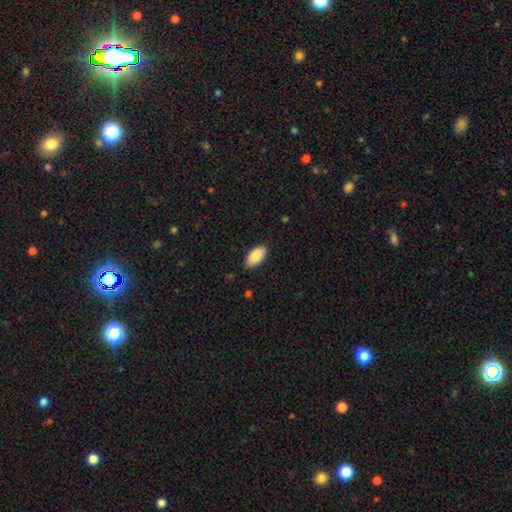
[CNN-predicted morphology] This appears to be a smooth galaxy with no disk features (89%) that is in between round and cigar-shaped (94%). Merging: none (84%).